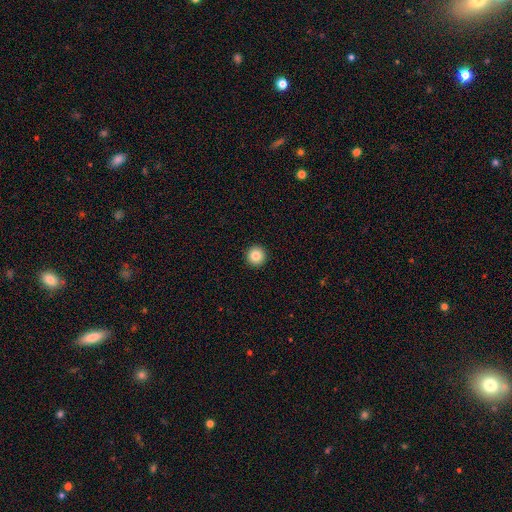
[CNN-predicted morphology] This is clearly a smooth galaxy (85%). How rounded: clearly round (96%). Merging: clearly none (94%).